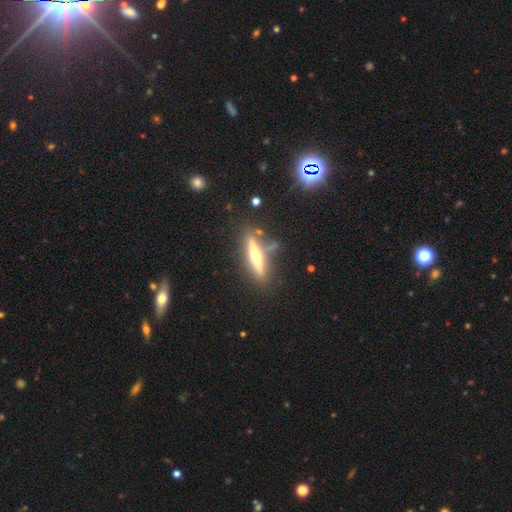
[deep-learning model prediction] smooth_or_featured: featured or disk (p=0.65) [alt: smooth p=0.29]
disk_edge_on: yes (p=0.94) [alt: no p=0.06]
edge_on_bulge: rounded (p=0.89) [alt: none p=0.07]
merging: none (p=0.79) [alt: minor disturbance p=0.12]